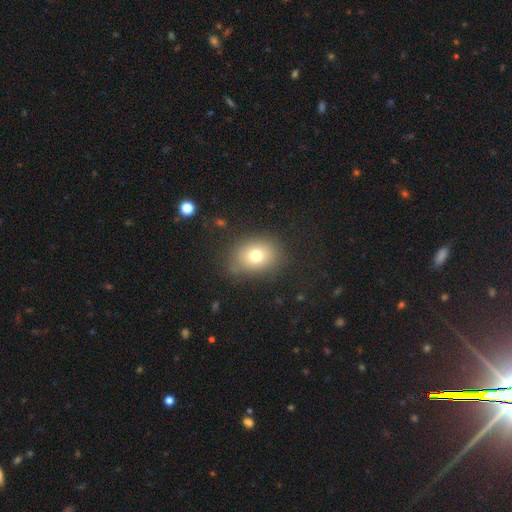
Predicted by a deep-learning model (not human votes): smooth-or-featured: smooth: 74% | featured or disk: 13% | star or artifact: 13%
  how-rounded: in between: 56% | round: 43% | cigar-shaped: 1%
  merging: none: 79% | minor disturbance: 14% | major disturbance: 5% | merger: 2%